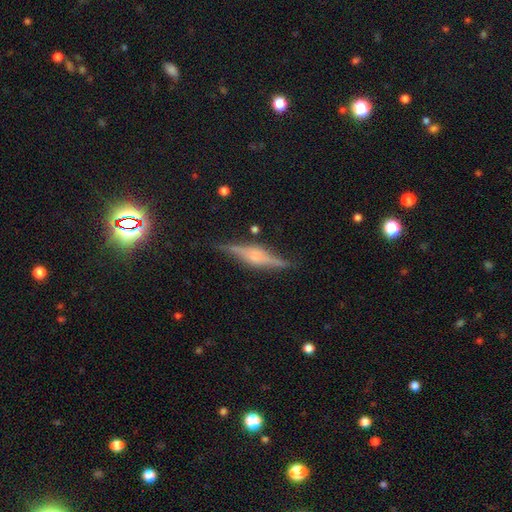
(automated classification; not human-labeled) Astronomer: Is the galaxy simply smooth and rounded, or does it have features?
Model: featured or disk — 78%.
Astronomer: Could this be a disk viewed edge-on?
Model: yes — 96%.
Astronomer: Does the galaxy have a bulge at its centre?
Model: rounded — 64%.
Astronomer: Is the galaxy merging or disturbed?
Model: none — 80%.